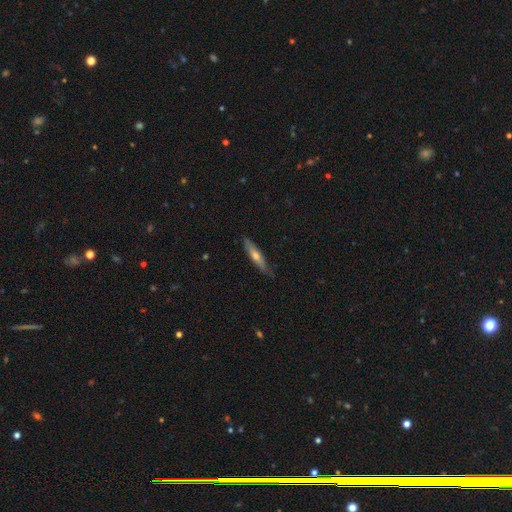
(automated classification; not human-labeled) smooth 48%, featured or disk 47%, star or artifact 6%. Down the decision tree: merging — none (83%).